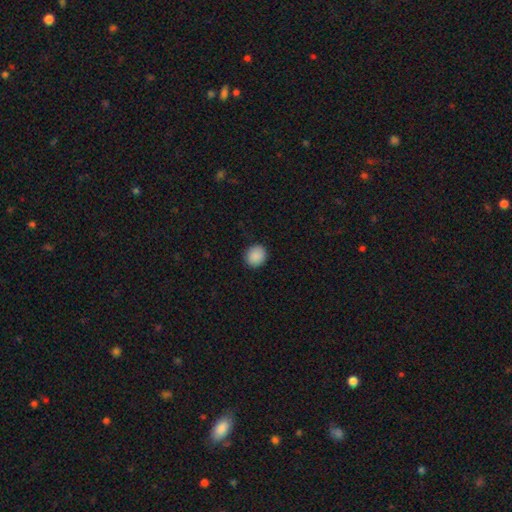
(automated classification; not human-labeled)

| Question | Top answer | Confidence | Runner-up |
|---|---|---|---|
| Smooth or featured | smooth | 89% | star or artifact (9%) |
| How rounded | round | 83% | in between (16%) |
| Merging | none | 91% | minor disturbance (6%) |